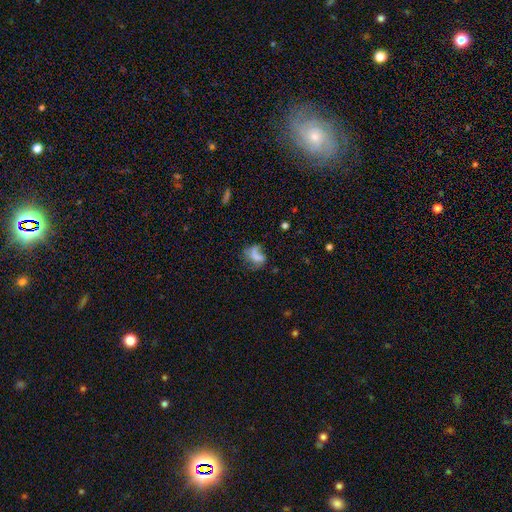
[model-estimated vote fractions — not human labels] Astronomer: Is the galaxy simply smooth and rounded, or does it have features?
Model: smooth — 49% (runner-up: featured or disk, 36%).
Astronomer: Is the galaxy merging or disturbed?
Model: major disturbance — 36% (runner-up: none, 30%).